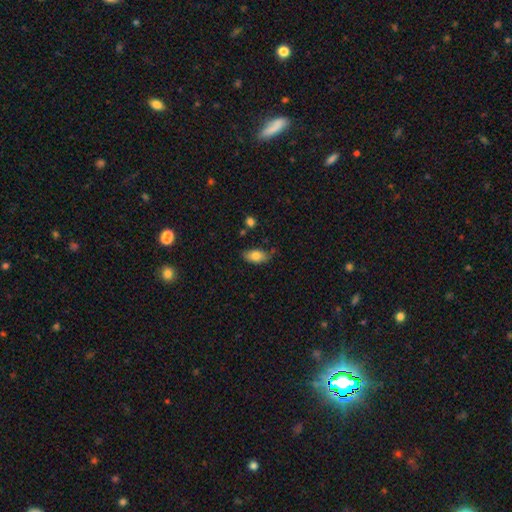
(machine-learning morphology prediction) Overall: smooth (79%). How rounded: in between (91%). Merging: none (76%).